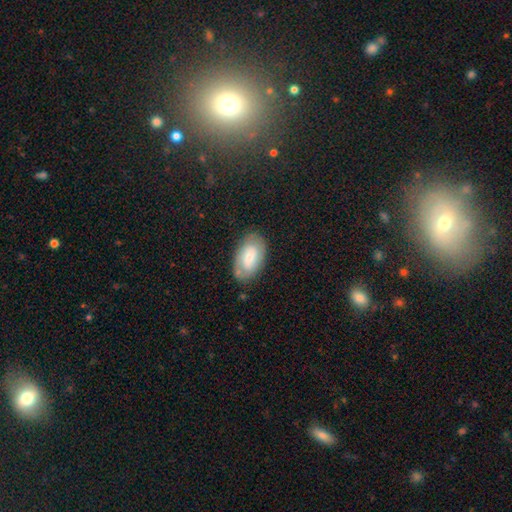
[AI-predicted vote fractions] Smooth or featured? smooth (57%)
How rounded? in between (94%)
Merging? none (78%)